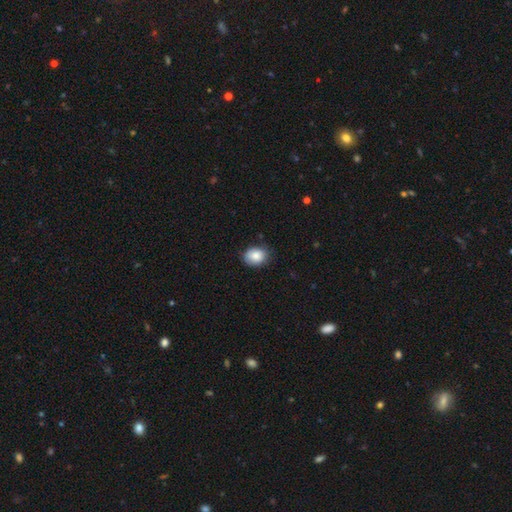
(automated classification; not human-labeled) This is clearly a smooth galaxy (84%). How rounded: possibly in between (54%). Merging: likely none (76%).